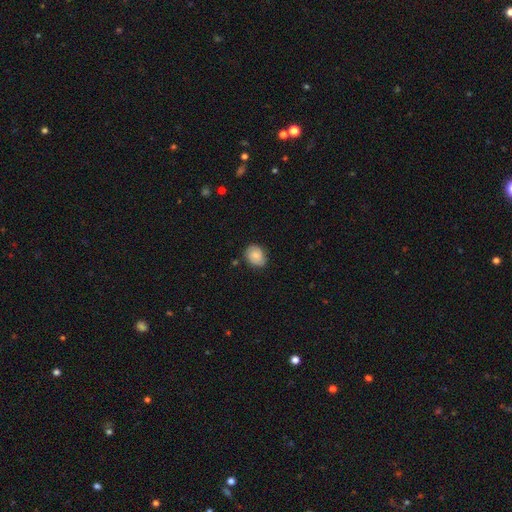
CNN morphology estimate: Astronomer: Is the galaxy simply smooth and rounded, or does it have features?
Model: smooth — 66%.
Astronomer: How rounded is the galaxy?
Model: round — 51% (runner-up: in between, 48%).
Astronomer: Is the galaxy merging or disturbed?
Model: none — 78%.